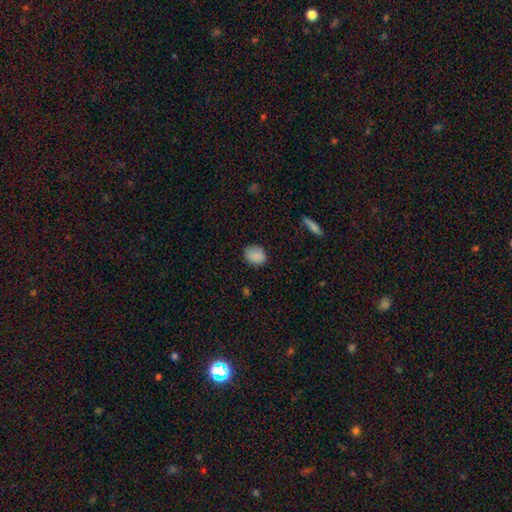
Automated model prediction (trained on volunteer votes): This is clearly a smooth galaxy (86%). How rounded: possibly round (50%). Merging: likely none (78%).